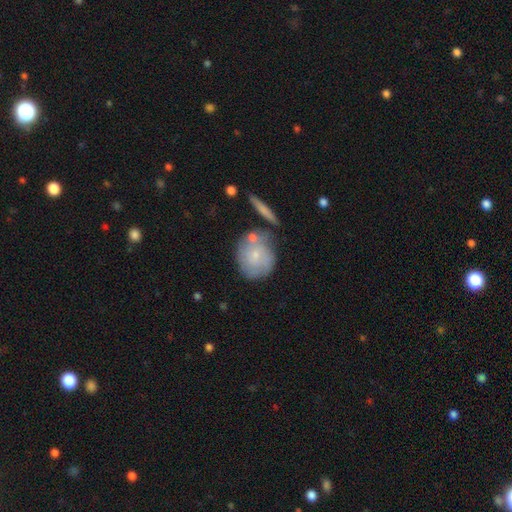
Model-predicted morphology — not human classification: Smooth or featured?
  - smooth: 54% *
  - featured or disk: 40%
  - star or artifact: 6%
How rounded?
  - round: 79% *
  - in between: 20%
  - cigar-shaped: 2%
Merging?
  - none: 55% *
  - minor disturbance: 20%
  - merger: 17%
  - major disturbance: 7%